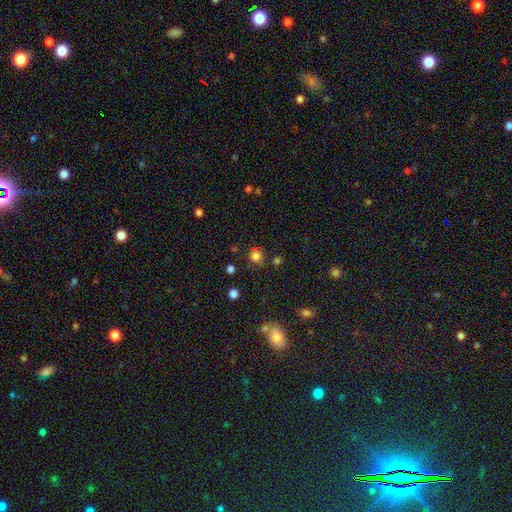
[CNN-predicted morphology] Smooth or featured: smooth — 74% (star or artifact — 20%)
How rounded: round — 90% (in between — 9%)
Merging: none — 79% (minor disturbance — 11%)